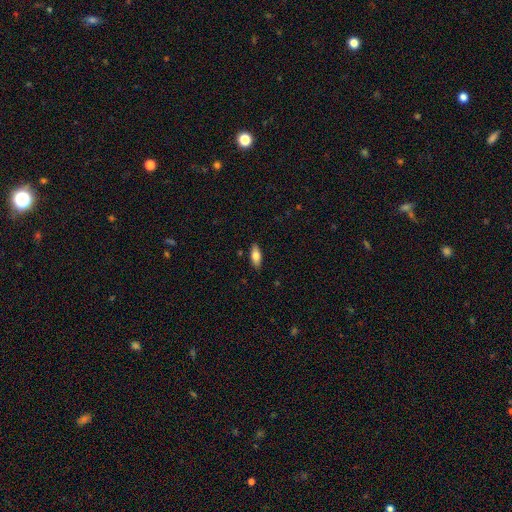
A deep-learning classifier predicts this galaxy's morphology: smooth-or-featured: smooth: 76% | featured or disk: 18% | star or artifact: 7%
  how-rounded: in between: 77% | cigar-shaped: 20% | round: 2%
  merging: none: 88% | minor disturbance: 9% | major disturbance: 2% | merger: 1%